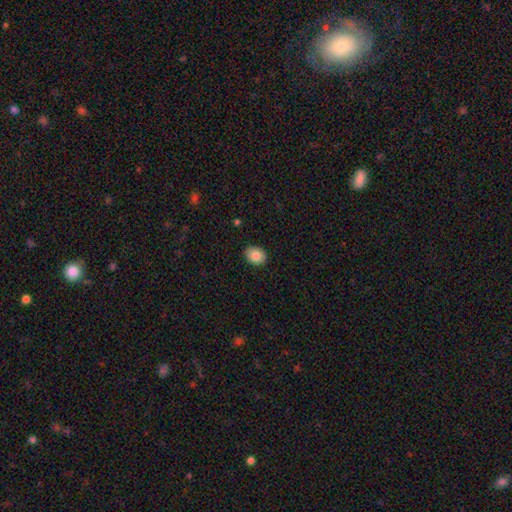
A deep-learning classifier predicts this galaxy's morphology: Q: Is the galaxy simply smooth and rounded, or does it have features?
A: smooth — 83%.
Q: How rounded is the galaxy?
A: in between — 61%.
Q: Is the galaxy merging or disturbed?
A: none — 89%.